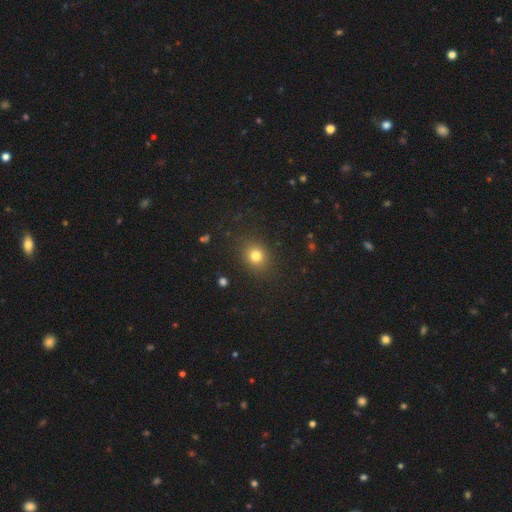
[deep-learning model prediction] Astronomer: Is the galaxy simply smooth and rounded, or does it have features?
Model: smooth — 80%.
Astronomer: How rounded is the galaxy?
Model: round — 69%.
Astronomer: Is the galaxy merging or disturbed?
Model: none — 85%.